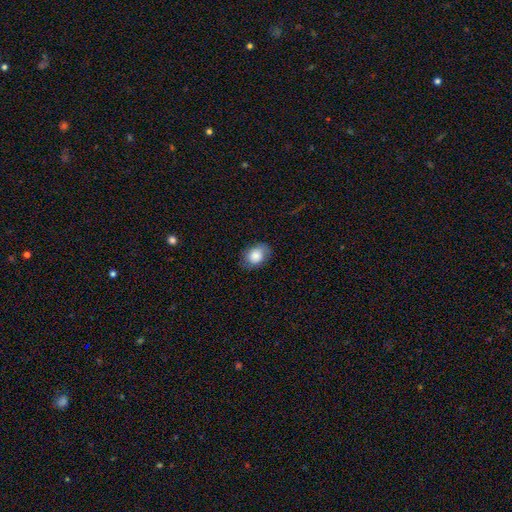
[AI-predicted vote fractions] smooth 82%, featured or disk 10%, star or artifact 8%. Down the decision tree: how rounded — in between (69%); merging — none (76%).